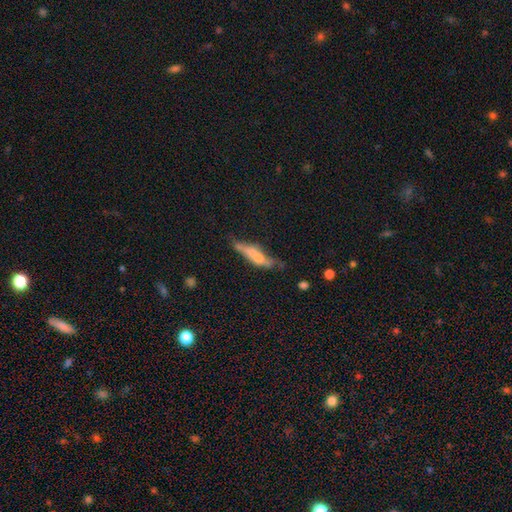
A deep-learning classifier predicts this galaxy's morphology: Smooth or featured? smooth (45%, tied with featured or disk)
Merging? none (41%)